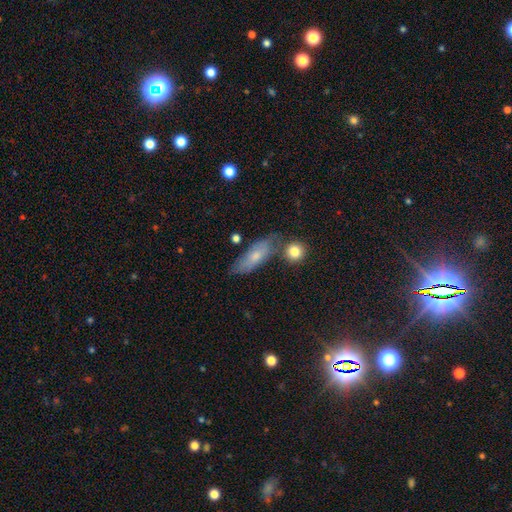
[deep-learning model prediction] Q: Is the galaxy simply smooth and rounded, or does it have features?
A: smooth — 62%.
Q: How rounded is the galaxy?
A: in between — 63%.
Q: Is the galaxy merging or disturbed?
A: none — 60%.